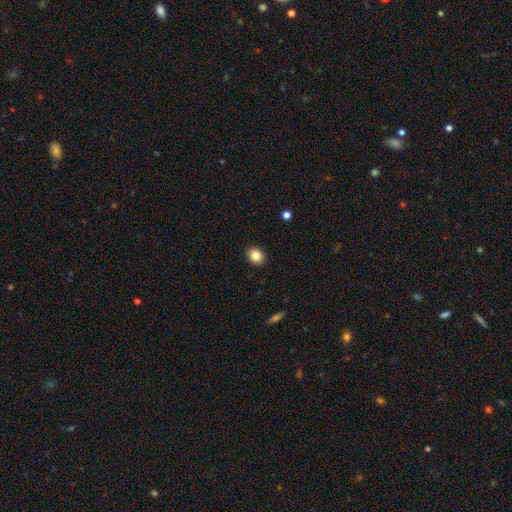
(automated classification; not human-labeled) Smooth or featured: smooth — 84% (star or artifact — 10%)
How rounded: round — 57% (in between — 42%)
Merging: none — 91% (minor disturbance — 6%)